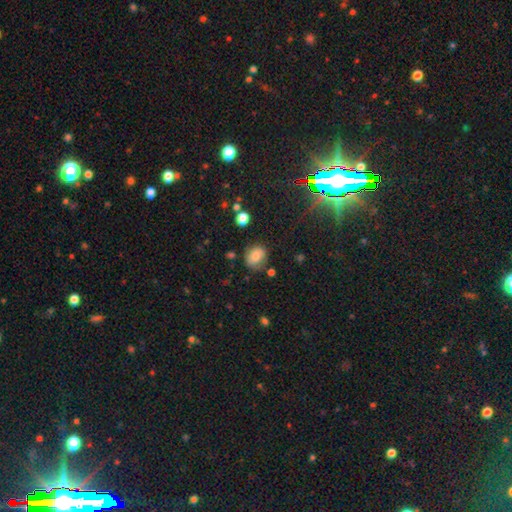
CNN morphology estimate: smooth_or_featured: smooth (p=0.78) [alt: star or artifact p=0.11]
how_rounded: in between (p=0.52) [alt: round p=0.47]
merging: none (p=0.68) [alt: minor disturbance p=0.21]